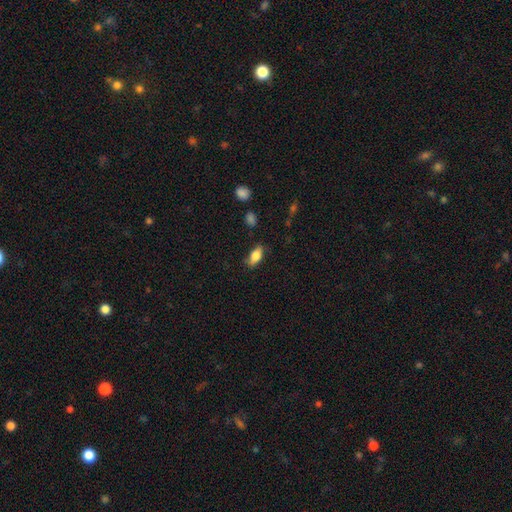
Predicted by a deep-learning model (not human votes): Smooth or featured: smooth — 75% (featured or disk — 17%)
How rounded: in between — 83% (cigar-shaped — 12%)
Merging: none — 73% (minor disturbance — 20%)